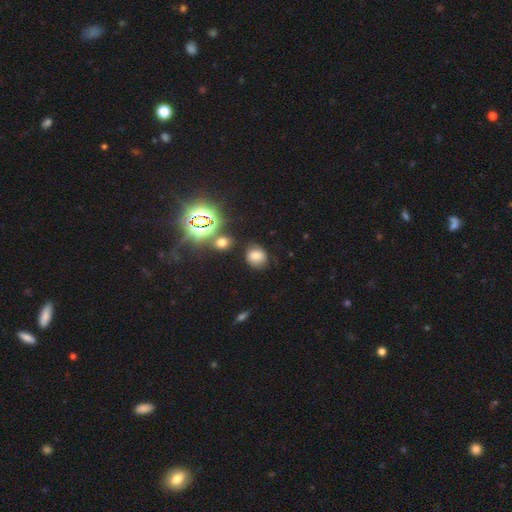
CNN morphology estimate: This is likely a smooth galaxy (65%). How rounded: likely round (71%). Merging: likely none (79%).